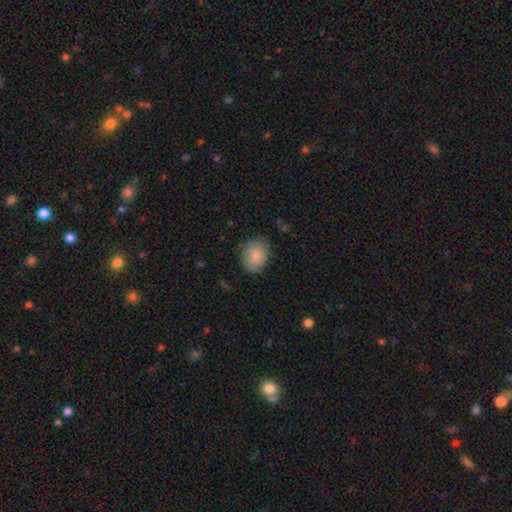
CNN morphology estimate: A smooth galaxy with no disk features (79%) that is round (61%). Merging: none (74%).